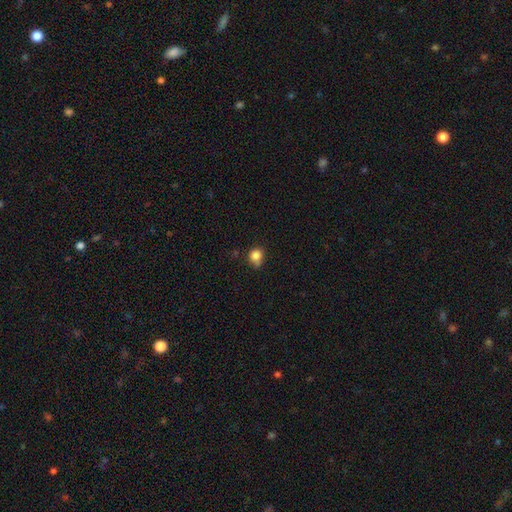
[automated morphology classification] smooth 83%, star or artifact 11%, featured or disk 6%. Down the decision tree: how rounded — round (75%); merging — none (56%).